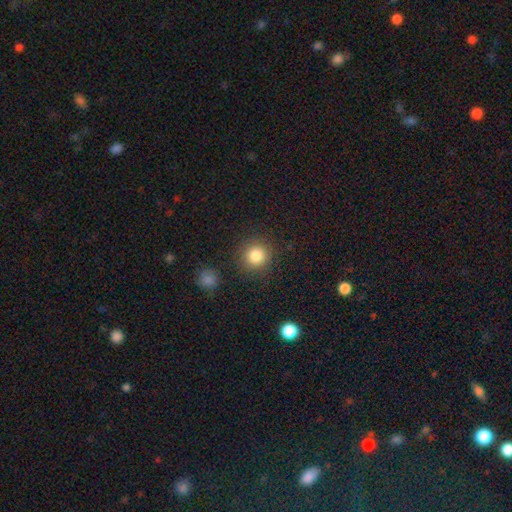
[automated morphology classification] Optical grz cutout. It shows a smooth galaxy with no disk features (84%) that is round (91%). Merging: none (86%).